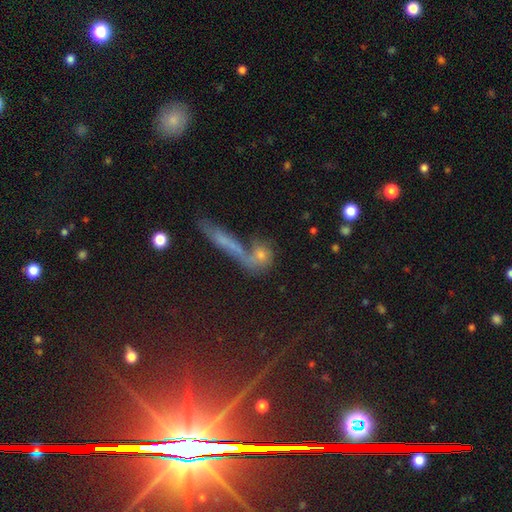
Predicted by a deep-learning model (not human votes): smooth_or_featured: smooth (p=0.53) [alt: featured or disk p=0.28]
how_rounded: round (p=0.39) [alt: cigar-shaped p=0.34]
merging: none (p=0.46) [alt: merger p=0.34]